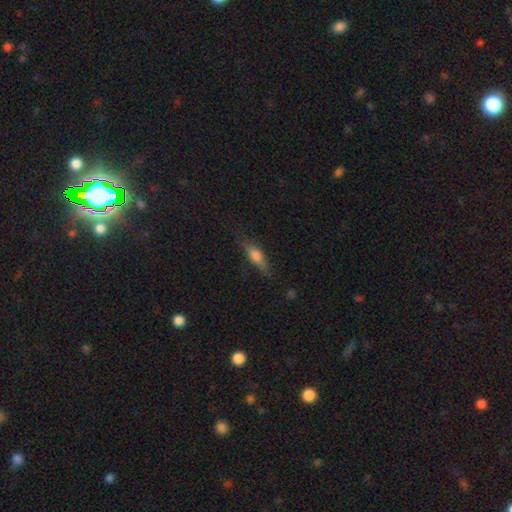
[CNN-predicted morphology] This is likely a smooth galaxy (63%). How rounded: possibly cigar-shaped (50%). Merging: likely none (75%).